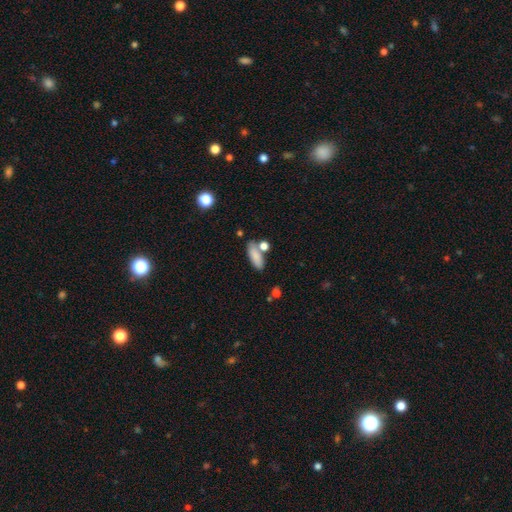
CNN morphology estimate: This appears to be a smooth galaxy with no disk features (83%) that is in between round and cigar-shaped (65%). Merging: none (63%).